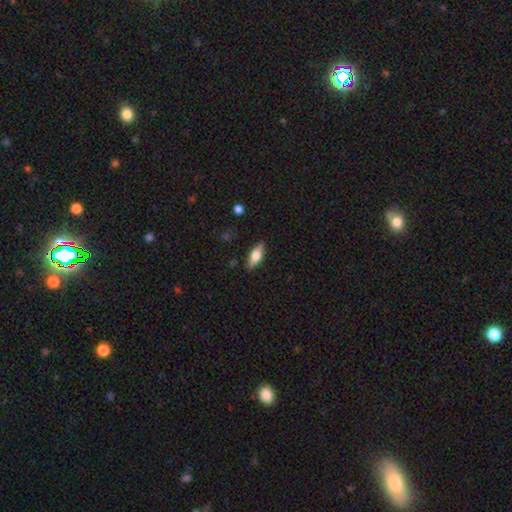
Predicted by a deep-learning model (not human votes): A smooth galaxy with no disk features (66%) that is in between round and cigar-shaped (70%).

Vote fractions:
- Smooth or featured? smooth: 66% / featured or disk: 27% / star or artifact: 7%
- How rounded? in between: 70% / cigar-shaped: 27% / round: 3%
- Merging? none: 85% / minor disturbance: 11% / major disturbance: 2% / merger: 1%